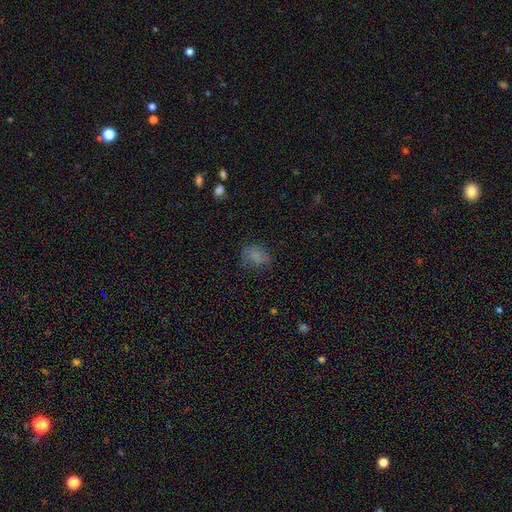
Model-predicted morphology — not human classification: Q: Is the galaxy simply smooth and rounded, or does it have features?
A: smooth — 75%.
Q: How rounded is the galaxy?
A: in between — 54%.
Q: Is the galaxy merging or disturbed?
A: none — 64%.